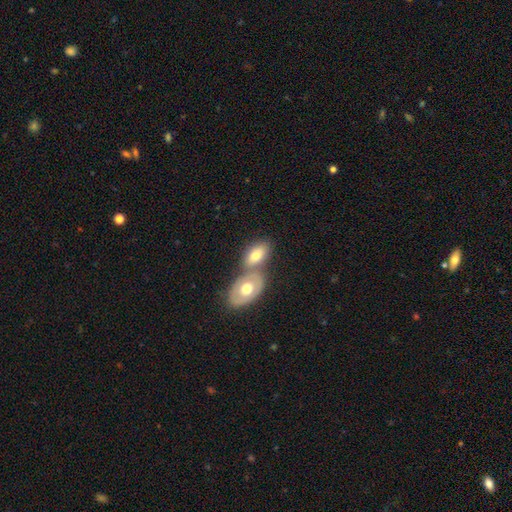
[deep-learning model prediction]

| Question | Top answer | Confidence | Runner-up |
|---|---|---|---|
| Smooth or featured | smooth | 63% | featured or disk (31%) |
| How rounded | in between | 91% | round (6%) |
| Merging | merger | 52% | none (35%) |